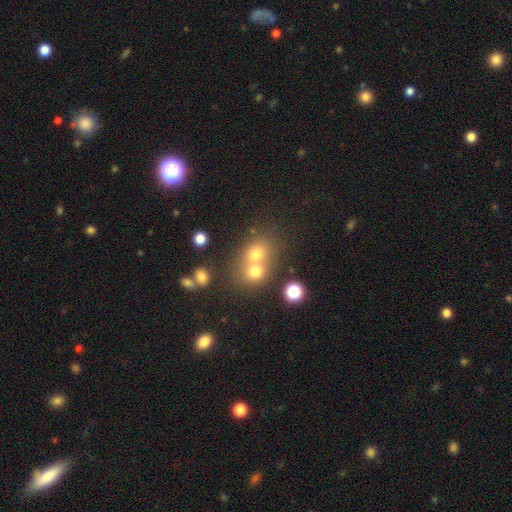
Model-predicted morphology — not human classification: The model was most divided on "merging": merger: 56%, none: 35%, minor disturbance: 6%, major disturbance: 3%. More confident: how rounded — round (72%); smooth or featured — smooth (64%).